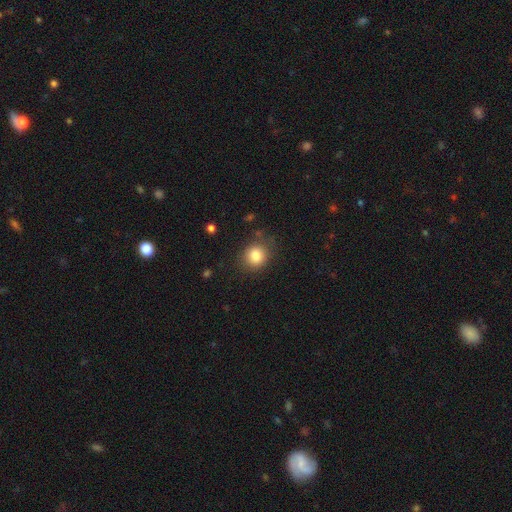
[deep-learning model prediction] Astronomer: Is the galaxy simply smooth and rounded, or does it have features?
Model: smooth — 82%.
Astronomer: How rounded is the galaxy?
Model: round — 76%.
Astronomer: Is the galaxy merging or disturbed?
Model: none — 79%.